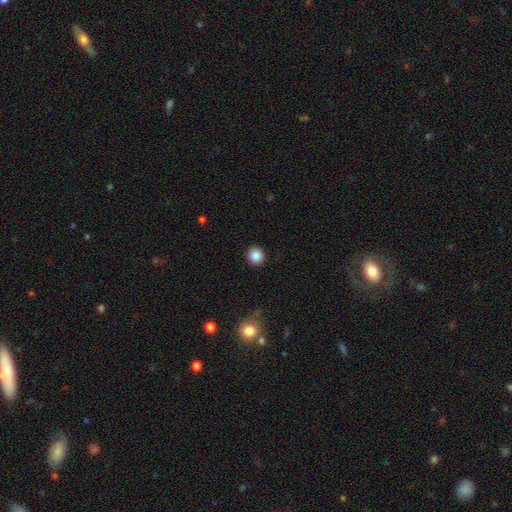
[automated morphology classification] This appears to be a smooth galaxy with no disk features (87%) that is round (93%). Merging: none (92%).